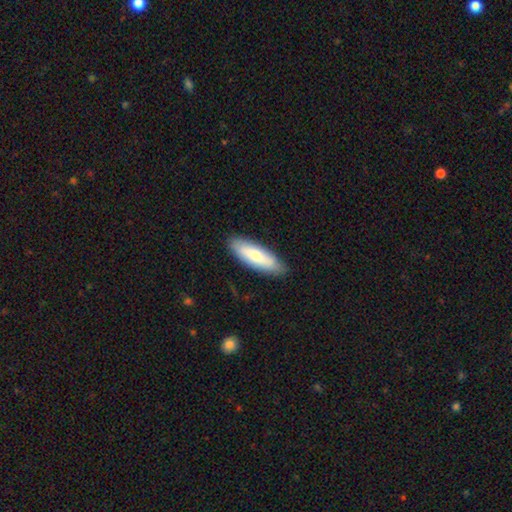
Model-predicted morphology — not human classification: smooth-or-featured: smooth: 73% | featured or disk: 22% | star or artifact: 5%
  how-rounded: in between: 54% | cigar-shaped: 44% | round: 2%
  merging: none: 86% | minor disturbance: 11% | major disturbance: 2% | merger: 1%